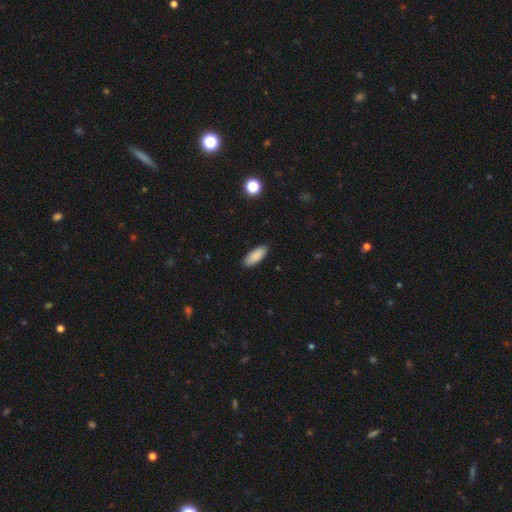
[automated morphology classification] Overall: smooth (89%). How rounded: in between (78%). Merging: none (89%).